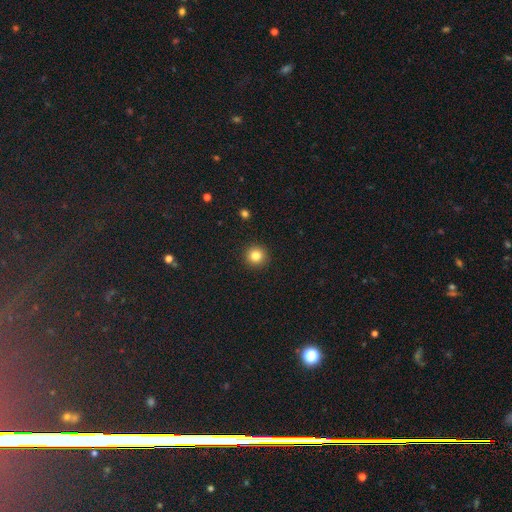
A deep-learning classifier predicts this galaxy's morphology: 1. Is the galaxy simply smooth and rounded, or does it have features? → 83% smooth, 12% star or artifact, 6% featured or disk.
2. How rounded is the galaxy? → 95% round, 4% in between, 1% cigar-shaped.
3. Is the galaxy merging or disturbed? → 93% none, 4% minor disturbance, 2% major disturbance, 1% merger.